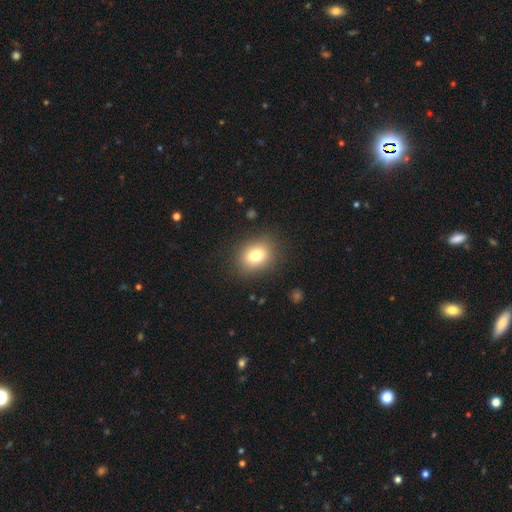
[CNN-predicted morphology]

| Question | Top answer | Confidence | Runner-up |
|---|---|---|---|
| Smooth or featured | smooth | 78% | star or artifact (12%) |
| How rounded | in between | 52% | round (47%) |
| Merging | none | 86% | minor disturbance (9%) |